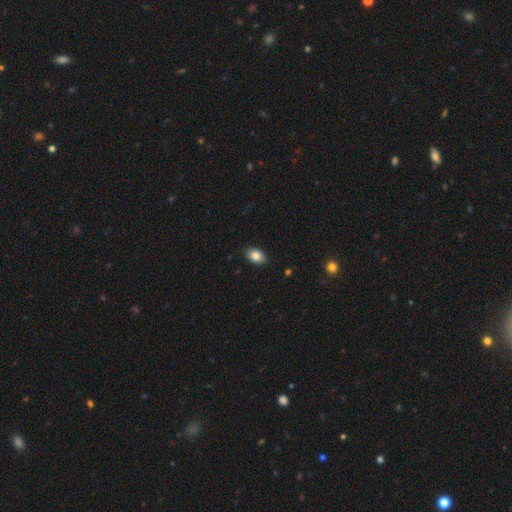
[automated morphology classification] Overall: smooth (85%). How rounded: in between (85%). Merging: none (88%).